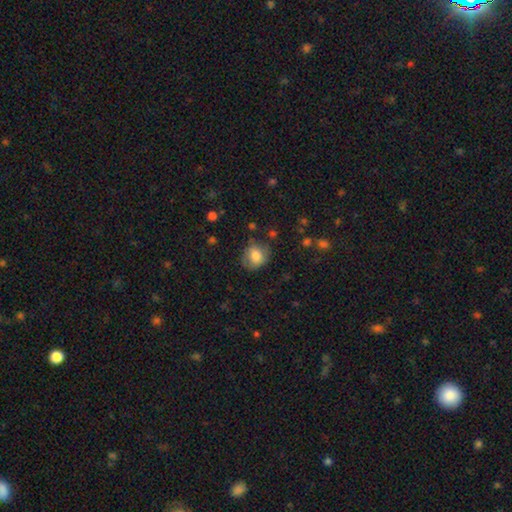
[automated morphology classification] smooth 78%, featured or disk 13%, star or artifact 9%. Down the decision tree: how rounded — round (67%); merging — none (69%).